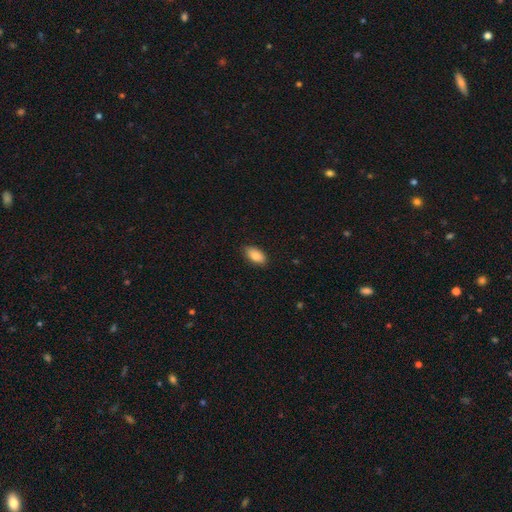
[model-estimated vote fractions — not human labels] The model was most divided on "merging": none: 86%, minor disturbance: 11%, major disturbance: 2%, merger: 1%. More confident: how rounded — in between (93%); smooth or featured — smooth (86%).